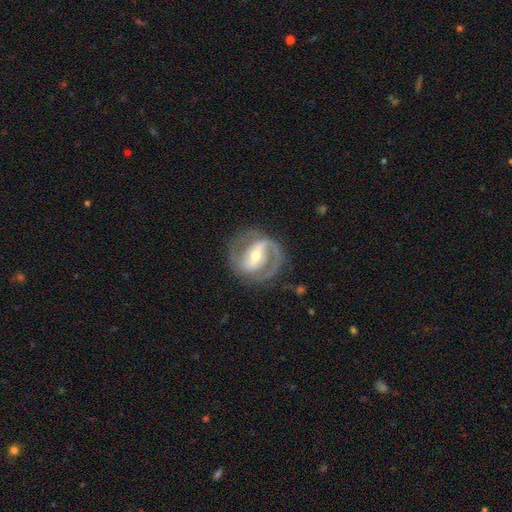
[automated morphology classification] Smooth or featured?
  - featured or disk: 88% *
  - smooth: 8%
  - star or artifact: 5%
Edge-on disk?
  - no: 97% *
  - yes: 3%
Bar?
  - strong: 56% *
  - weak: 32%
  - no: 12%
Spiral arms?
  - yes: 94% *
  - no: 6%
Spiral winding?
  - medium: 52% *
  - tight: 33%
  - loose: 16%
Spiral arm count?
  - 2: 87% *
  - 1: 5%
  - can't tell: 4%
  - 3: 2%
  - 4: 1%
  - more than 4: 1%
Bulge size?
  - moderate: 55% *
  - small: 39%
  - large: 4%
  - none: 1%
  - dominant: 1%
Merging?
  - none: 79% *
  - minor disturbance: 12%
  - major disturbance: 7%
  - merger: 1%